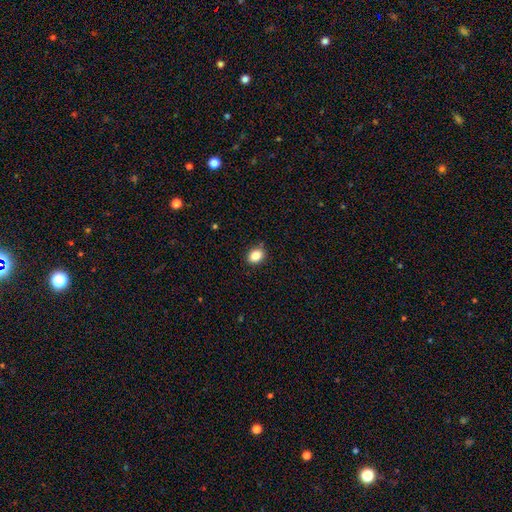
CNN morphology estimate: smooth_or_featured: smooth (p=0.85) [alt: star or artifact p=0.10]
how_rounded: in between (p=0.62) [alt: round p=0.37]
merging: none (p=0.86) [alt: minor disturbance p=0.11]